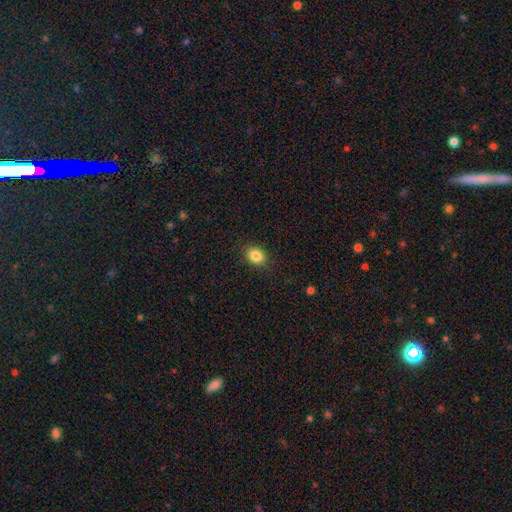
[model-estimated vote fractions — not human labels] Smooth or featured?
  - smooth: 85% *
  - star or artifact: 9%
  - featured or disk: 5%
How rounded?
  - in between: 58% *
  - round: 41%
  - cigar-shaped: 1%
Merging?
  - none: 88% *
  - minor disturbance: 9%
  - major disturbance: 2%
  - merger: 1%